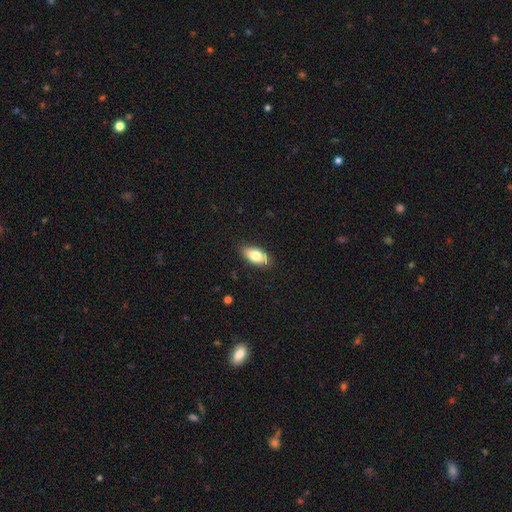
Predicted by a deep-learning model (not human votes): A smooth galaxy with no disk features (76%) that is in between round and cigar-shaped (87%). Merging: none (86%).